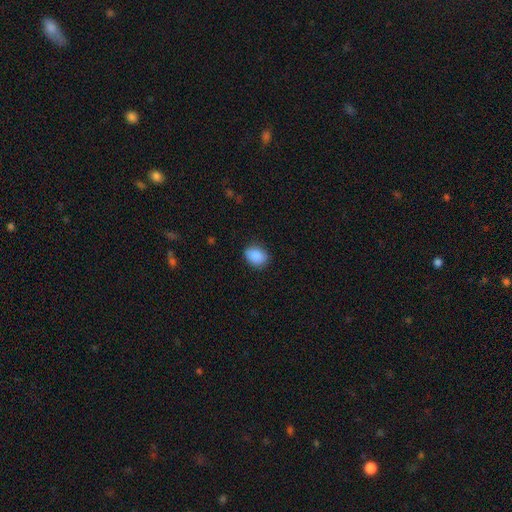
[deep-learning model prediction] smooth_or_featured: smooth (p=0.89) [alt: star or artifact p=0.07]
how_rounded: in between (p=0.67) [alt: round p=0.32]
merging: none (p=0.83) [alt: minor disturbance p=0.14]